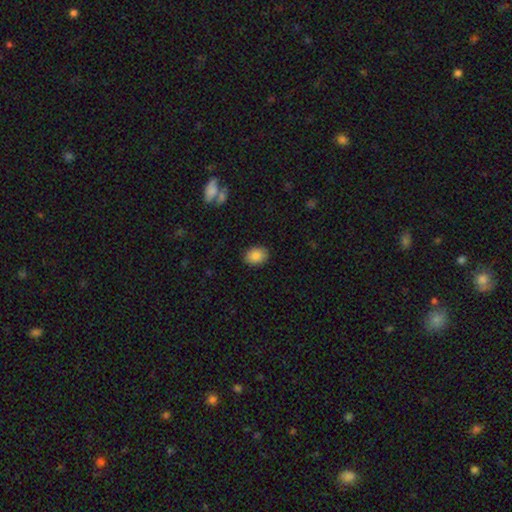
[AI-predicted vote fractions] smooth-or-featured: smooth: 87% | star or artifact: 8% | featured or disk: 5%
  how-rounded: in between: 69% | round: 30% | cigar-shaped: 1%
  merging: none: 88% | minor disturbance: 9% | major disturbance: 2% | merger: 1%